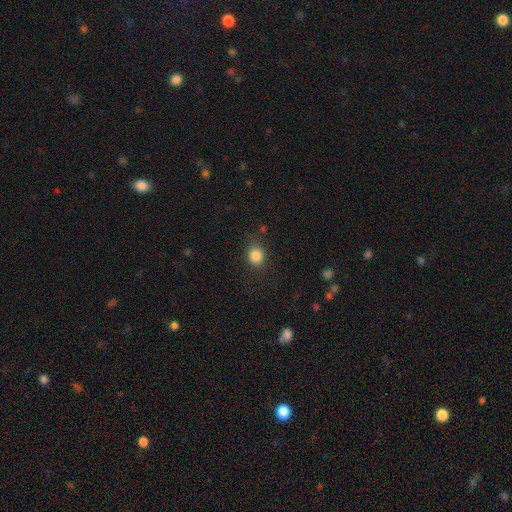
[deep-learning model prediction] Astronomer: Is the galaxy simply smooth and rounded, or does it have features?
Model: smooth — 85%.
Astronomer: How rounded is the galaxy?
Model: round — 76%.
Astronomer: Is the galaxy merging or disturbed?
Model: none — 80%.